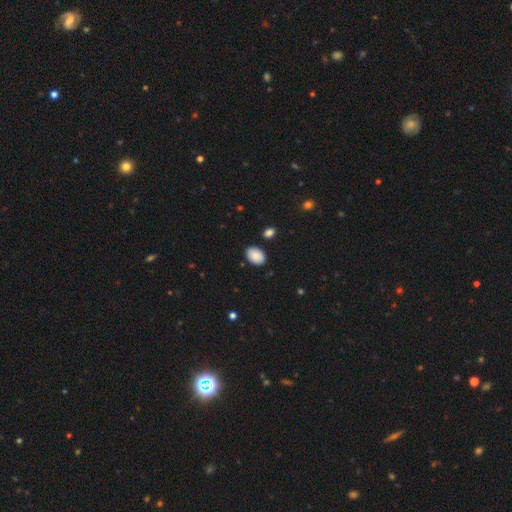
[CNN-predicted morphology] Smooth or featured: smooth — 88% (star or artifact — 7%)
How rounded: in between — 85% (round — 14%)
Merging: none — 86% (minor disturbance — 10%)